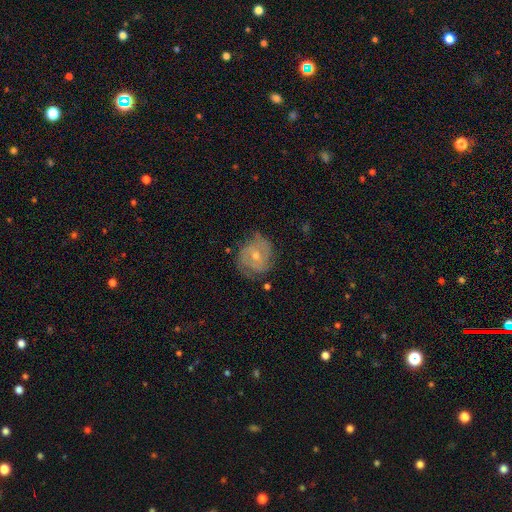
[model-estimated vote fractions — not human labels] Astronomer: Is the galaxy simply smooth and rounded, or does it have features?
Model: featured or disk — 73%.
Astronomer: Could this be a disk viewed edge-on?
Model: no — 97%.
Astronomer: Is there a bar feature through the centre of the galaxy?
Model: no — 56% (runner-up: weak, 37%).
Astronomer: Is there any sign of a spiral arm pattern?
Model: yes — 87%.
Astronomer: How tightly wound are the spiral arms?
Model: tight — 56% (runner-up: medium, 33%).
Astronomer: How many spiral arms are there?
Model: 2 — 41% (runner-up: can't tell, 30%).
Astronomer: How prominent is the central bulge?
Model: moderate — 51% (runner-up: small, 46%).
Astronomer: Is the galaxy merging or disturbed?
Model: none — 66%.